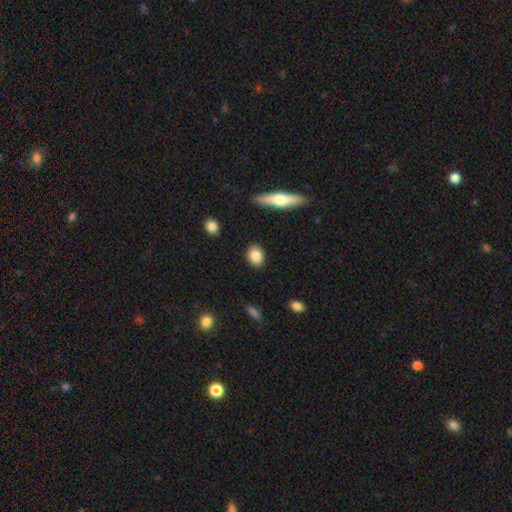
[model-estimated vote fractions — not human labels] A smooth galaxy with no disk features (85%) that is in between round and cigar-shaped (66%).

Vote fractions:
- Smooth or featured? smooth: 85% / star or artifact: 7% / featured or disk: 7%
- How rounded? in between: 66% / round: 31% / cigar-shaped: 2%
- Merging? none: 88% / minor disturbance: 8% / major disturbance: 2% / merger: 1%